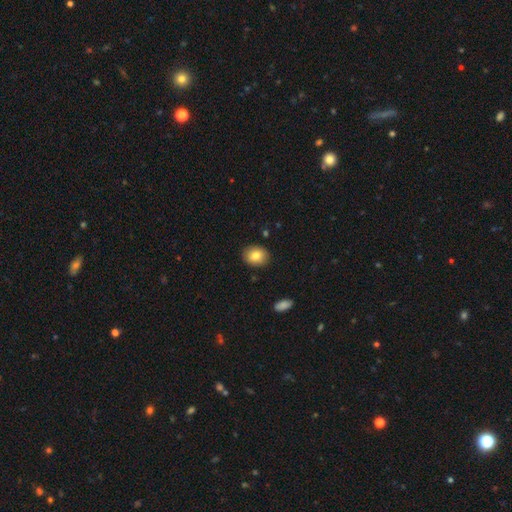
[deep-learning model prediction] Smooth or featured?
  - smooth: 81% *
  - featured or disk: 11%
  - star or artifact: 8%
How rounded?
  - round: 51% *
  - in between: 48%
  - cigar-shaped: 1%
Merging?
  - none: 88% *
  - minor disturbance: 8%
  - major disturbance: 2%
  - merger: 1%